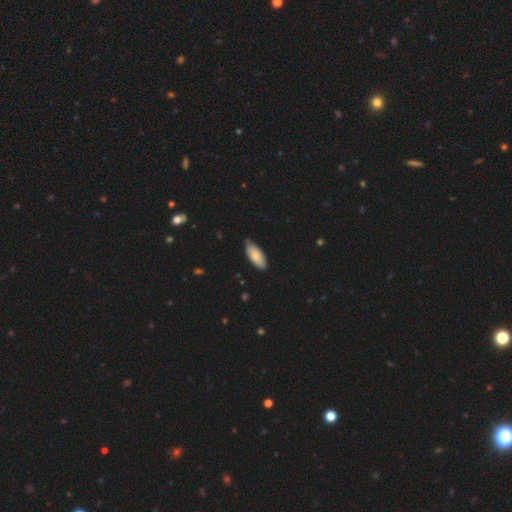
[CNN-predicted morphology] Q: Smooth or featured?
A: smooth (80%); runner-up: featured or disk (14%)
Q: How rounded?
A: in between (84%); runner-up: cigar-shaped (14%)
Q: Merging?
A: none (74%); runner-up: minor disturbance (22%)